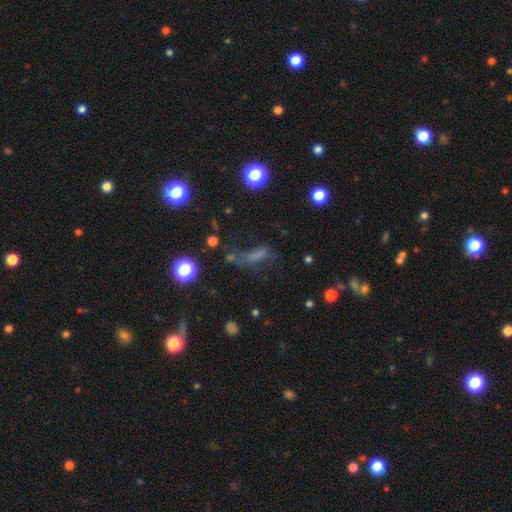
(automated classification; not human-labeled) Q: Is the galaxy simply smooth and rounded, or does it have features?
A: smooth — 54%.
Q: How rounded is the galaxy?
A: in between — 50%.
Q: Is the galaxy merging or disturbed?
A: none — 38%.